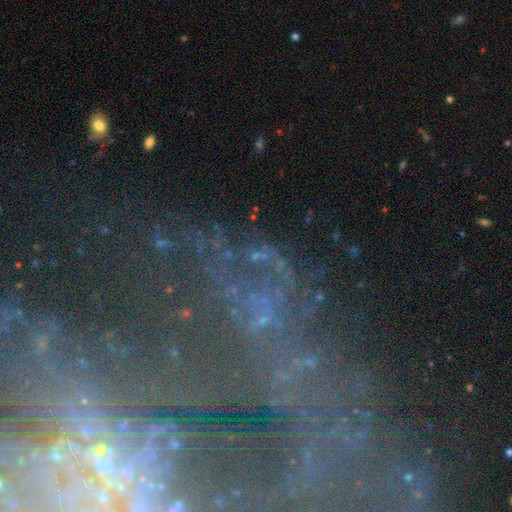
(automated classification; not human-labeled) Morphology: type=featured or disk (49%); merging=none (63%).